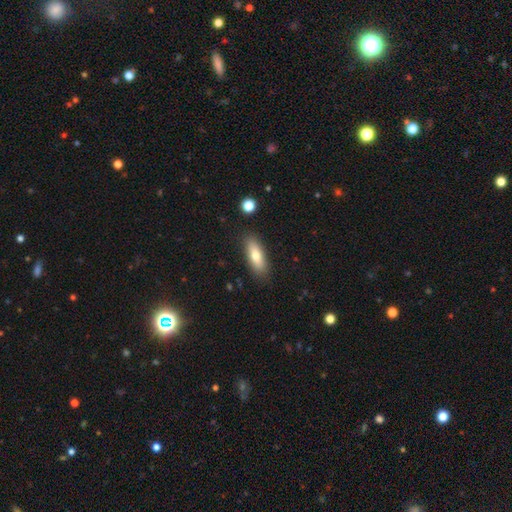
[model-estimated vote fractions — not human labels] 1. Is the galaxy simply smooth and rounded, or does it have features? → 71% smooth, 22% featured or disk, 7% star or artifact.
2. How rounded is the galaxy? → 63% in between, 35% cigar-shaped, 3% round.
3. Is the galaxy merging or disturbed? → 86% none, 10% minor disturbance, 2% major disturbance, 2% merger.